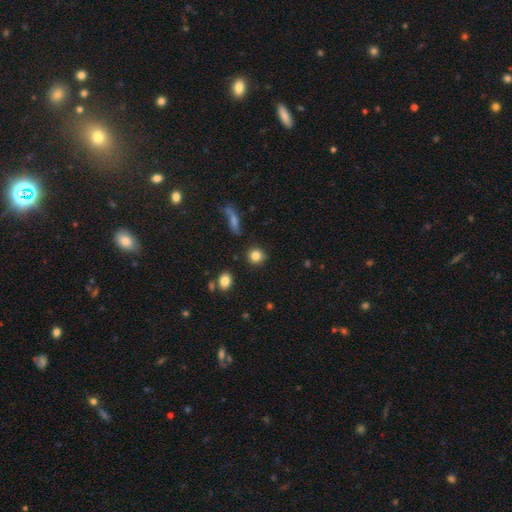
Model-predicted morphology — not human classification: Smooth or featured: smooth — 84% (star or artifact — 10%)
How rounded: round — 87% (in between — 12%)
Merging: none — 86% (minor disturbance — 9%)